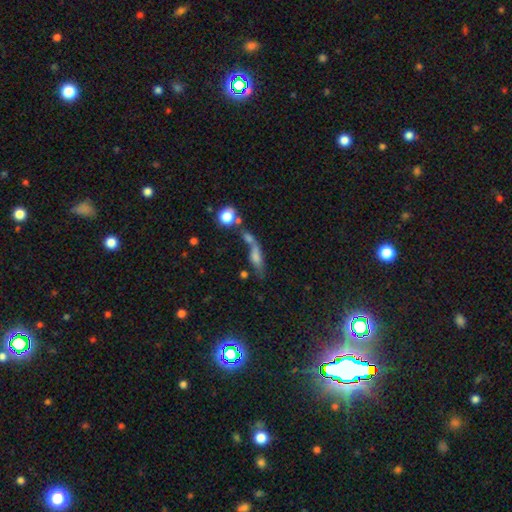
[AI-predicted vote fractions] The model was most divided on "how rounded": in between: 46%, cigar-shaped: 44%, round: 11%. Remaining: smooth or featured — smooth (60%); merging — merger (43%).